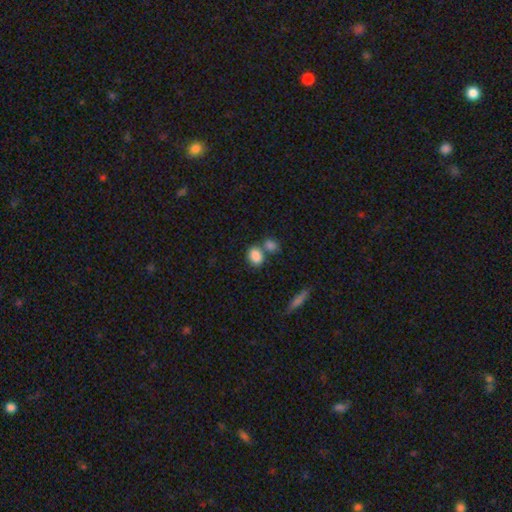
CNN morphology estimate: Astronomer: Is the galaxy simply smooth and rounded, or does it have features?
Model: smooth — 86%.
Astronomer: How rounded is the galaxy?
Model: in between — 74%.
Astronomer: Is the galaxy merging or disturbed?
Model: none — 47% (runner-up: merger, 38%).